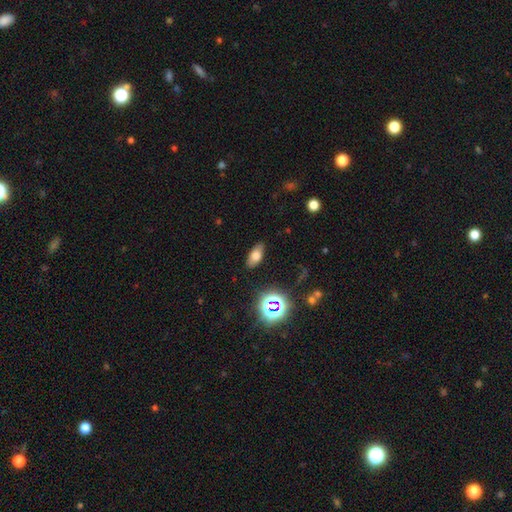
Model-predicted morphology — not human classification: smooth 69%, star or artifact 16%, featured or disk 14%. Down the decision tree: how rounded — in between (86%); merging — none (84%).